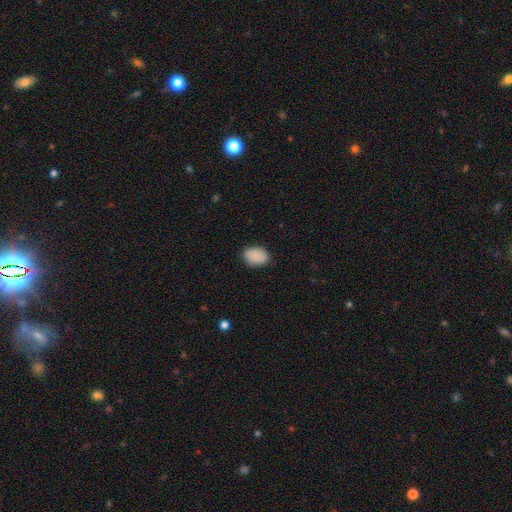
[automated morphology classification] Smooth or featured? Predicted: smooth (p=0.89). How rounded? Predicted: in between (p=0.81). Merging? Predicted: none (p=0.84).